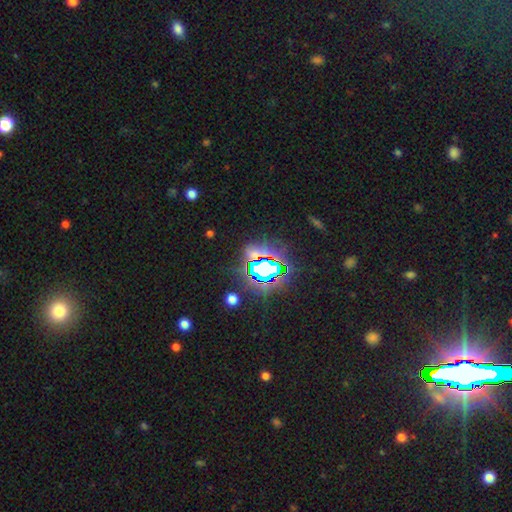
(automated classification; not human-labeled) smooth-or-featured: star or artifact: 73% | smooth: 16% | featured or disk: 11%